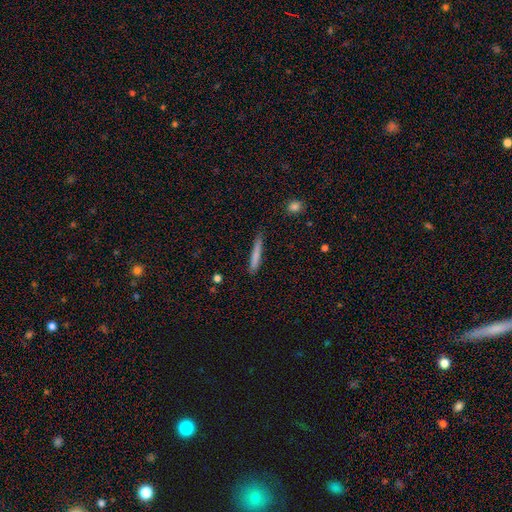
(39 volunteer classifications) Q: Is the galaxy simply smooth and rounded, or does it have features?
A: smooth — 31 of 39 (79%).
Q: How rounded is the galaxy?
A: cigar-shaped — 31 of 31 (100%).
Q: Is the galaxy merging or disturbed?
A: none — 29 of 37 (78%).